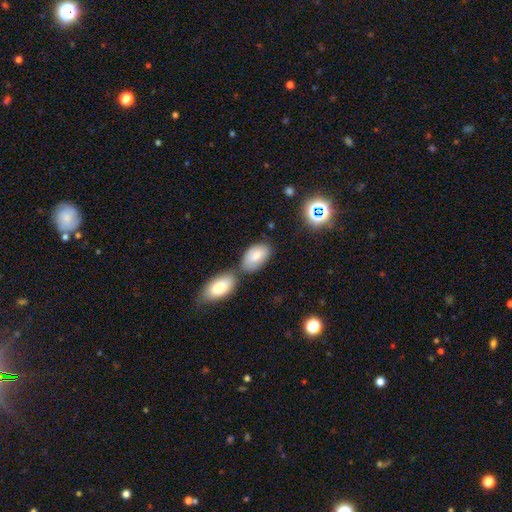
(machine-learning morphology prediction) A smooth galaxy with no disk features (77%) that is in between round and cigar-shaped (93%). Merging: none (49%).